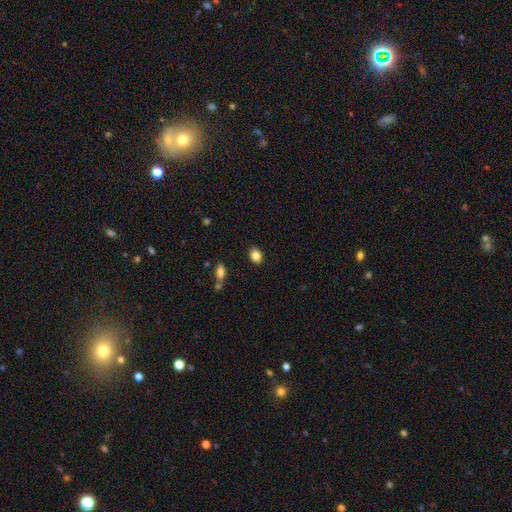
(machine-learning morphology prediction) Smooth or featured? Predicted: smooth (p=0.85). How rounded? Predicted: in between (p=0.66). Merging? Predicted: none (p=0.87).